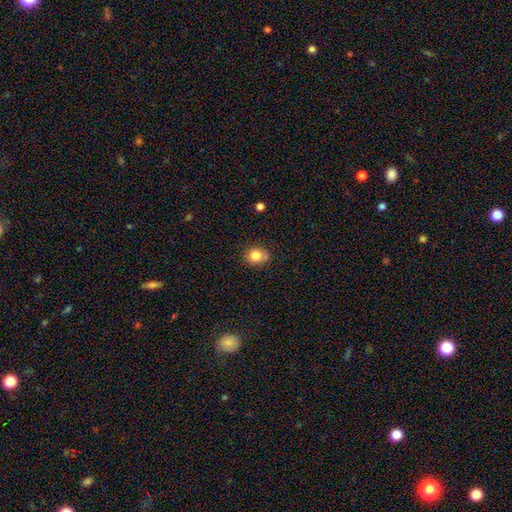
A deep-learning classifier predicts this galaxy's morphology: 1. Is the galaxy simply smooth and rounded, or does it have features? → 82% smooth, 11% star or artifact, 8% featured or disk.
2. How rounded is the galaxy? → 64% round, 35% in between, 1% cigar-shaped.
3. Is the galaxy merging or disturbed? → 70% none, 21% minor disturbance, 4% merger, 4% major disturbance.